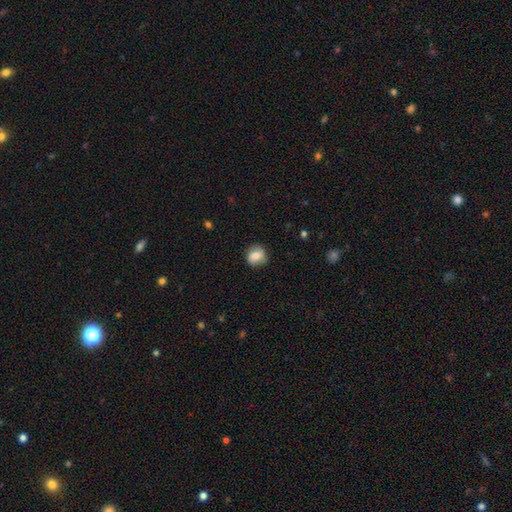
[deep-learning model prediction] Q: Smooth or featured?
A: smooth (76%); runner-up: featured or disk (15%)
Q: How rounded?
A: round (82%); runner-up: in between (17%)
Q: Merging?
A: none (80%); runner-up: minor disturbance (16%)